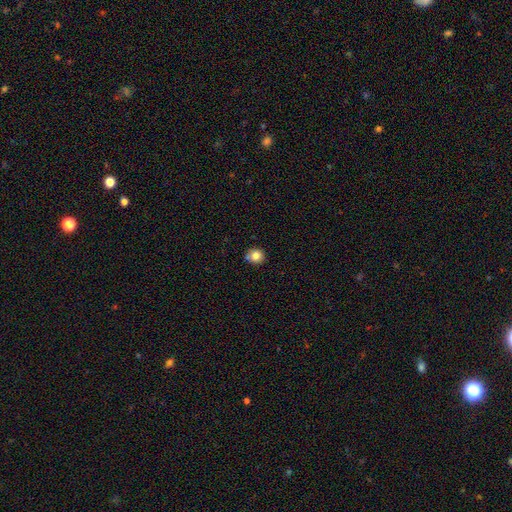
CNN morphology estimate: smooth 81%, star or artifact 11%, featured or disk 8%. Down the decision tree: how rounded — round (84%); merging — none (73%).